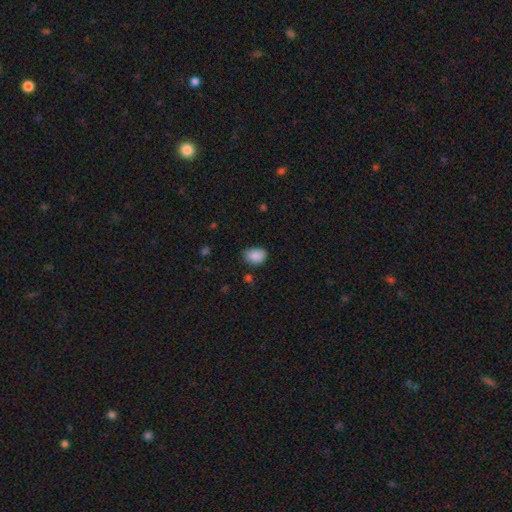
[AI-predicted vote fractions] smooth 87%, star or artifact 8%, featured or disk 4%. Down the decision tree: how rounded — in between (70%); merging — none (66%).